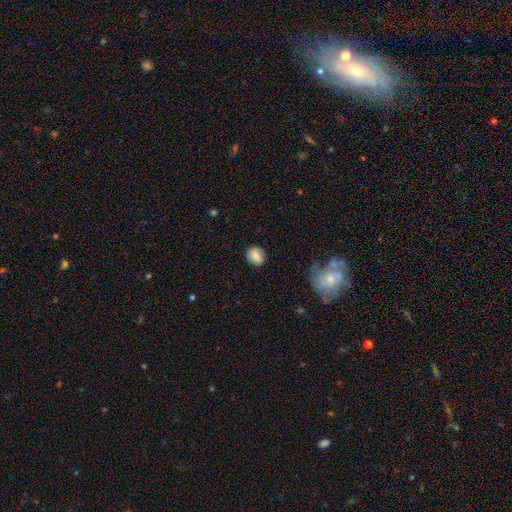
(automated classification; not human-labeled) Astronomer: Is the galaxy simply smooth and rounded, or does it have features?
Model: smooth — 76%.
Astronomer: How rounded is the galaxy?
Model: round — 66%.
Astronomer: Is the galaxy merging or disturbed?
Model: none — 84%.